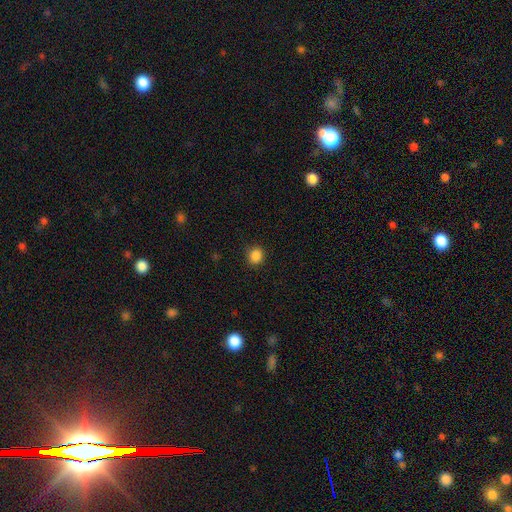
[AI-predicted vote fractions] smooth 86%, star or artifact 11%, featured or disk 3%. Down the decision tree: how rounded — round (81%); merging — none (89%).